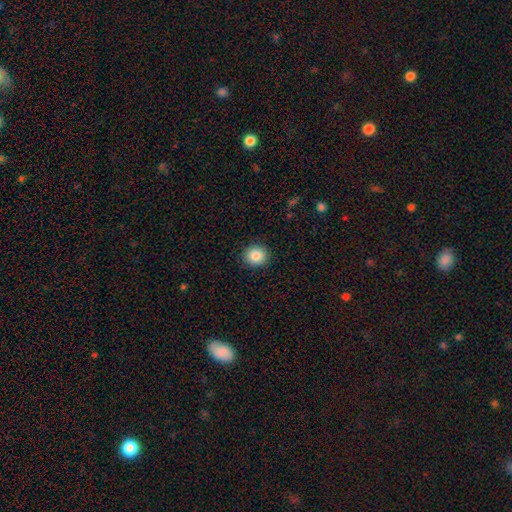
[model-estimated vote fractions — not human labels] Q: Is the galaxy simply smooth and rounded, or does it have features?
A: smooth — 86%.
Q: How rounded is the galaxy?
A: round — 87%.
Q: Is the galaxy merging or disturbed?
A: none — 91%.